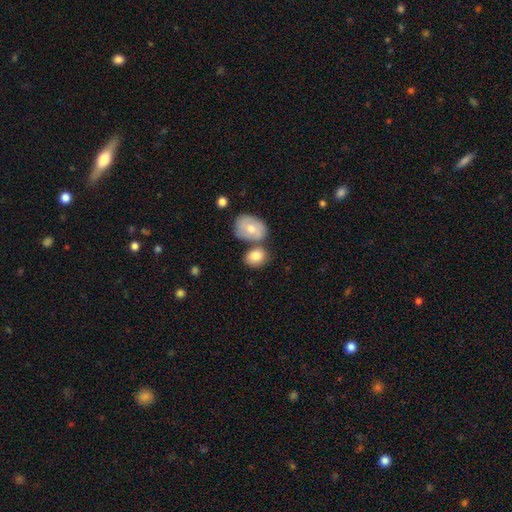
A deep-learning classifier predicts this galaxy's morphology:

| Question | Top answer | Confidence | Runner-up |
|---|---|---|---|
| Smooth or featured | smooth | 78% | featured or disk (15%) |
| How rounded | in between | 65% | round (34%) |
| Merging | none | 49% | merger (33%) |